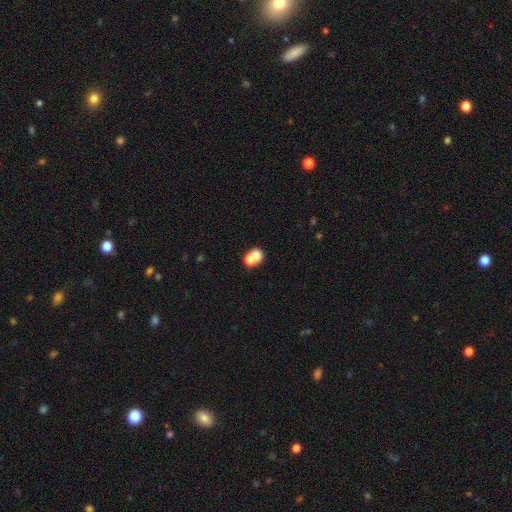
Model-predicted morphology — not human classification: A smooth galaxy with no disk features (69%) that is round (65%).

Vote fractions:
- Smooth or featured? smooth: 69% / featured or disk: 20% / star or artifact: 11%
- How rounded? round: 65% / in between: 34% / cigar-shaped: 1%
- Merging? merger: 62% / none: 28% / minor disturbance: 6% / major disturbance: 4%